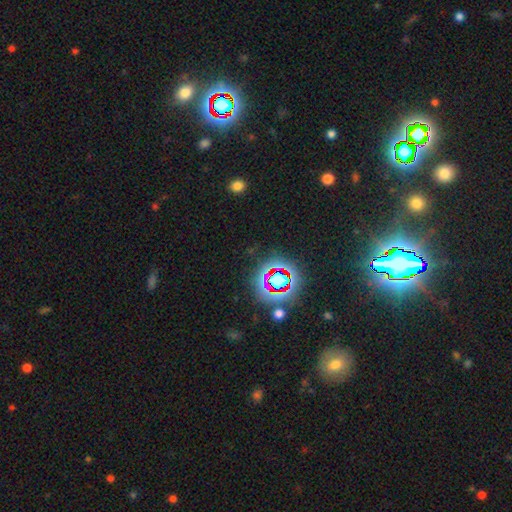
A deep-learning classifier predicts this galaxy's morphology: This is likely a star or artifact rather than a galaxy (76%).